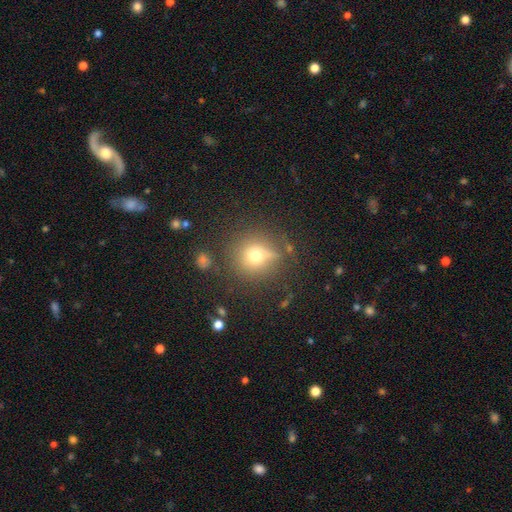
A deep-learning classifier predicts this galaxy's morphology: Smooth or featured? Predicted: smooth (p=0.68). How rounded? Predicted: round (p=0.90). Merging? Predicted: none (p=0.76).